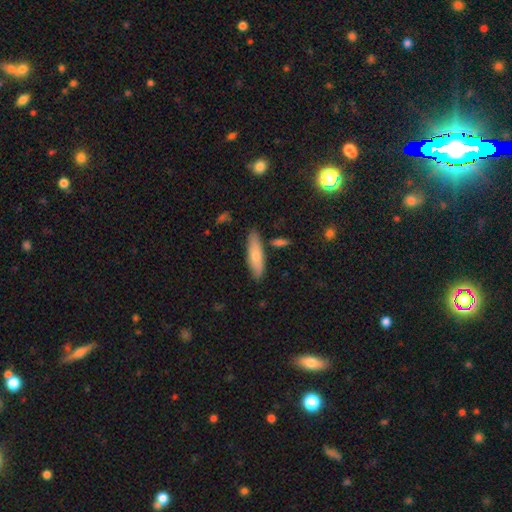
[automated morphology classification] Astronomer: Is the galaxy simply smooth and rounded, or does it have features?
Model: smooth — 72%.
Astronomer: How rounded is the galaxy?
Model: cigar-shaped — 59% (runner-up: in between, 38%).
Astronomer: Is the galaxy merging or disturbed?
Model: none — 83%.